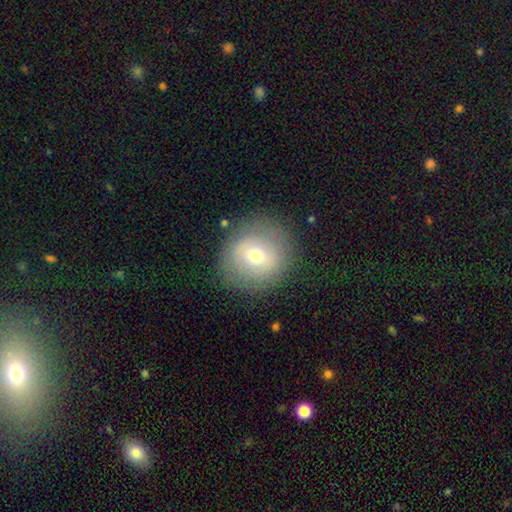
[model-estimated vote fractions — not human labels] smooth_or_featured: smooth (p=0.60) [alt: featured or disk p=0.30]
how_rounded: round (p=0.88) [alt: in between p=0.11]
merging: none (p=0.85) [alt: minor disturbance p=0.10]